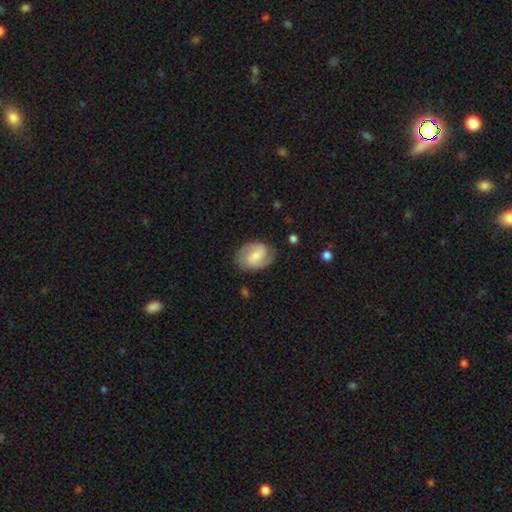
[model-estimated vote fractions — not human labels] Q: Smooth or featured?
A: featured or disk (66%); runner-up: smooth (28%)
Q: Edge-on disk?
A: no (97%); runner-up: yes (3%)
Q: Bar?
A: weak (51%); runner-up: no (29%)
Q: Spiral arms?
A: yes (91%); runner-up: no (9%)
Q: Spiral winding?
A: medium (47%); runner-up: tight (33%)
Q: Spiral arm count?
A: 2 (85%); runner-up: can't tell (8%)
Q: Bulge size?
A: moderate (45%); runner-up: small (41%)
Q: Merging?
A: none (78%); runner-up: minor disturbance (16%)